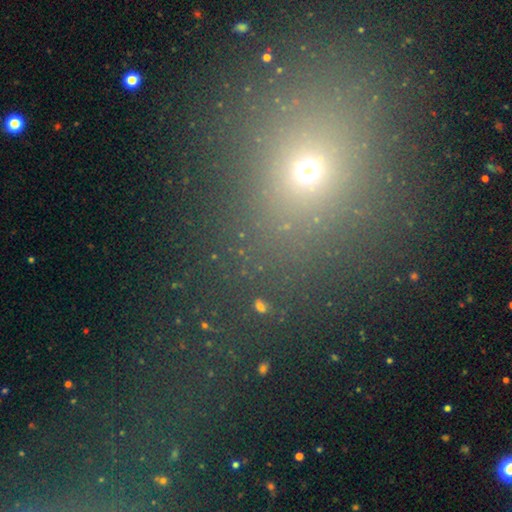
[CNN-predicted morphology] smooth 48%, star or artifact 42%, featured or disk 10%. Down the decision tree: merging — none (78%).